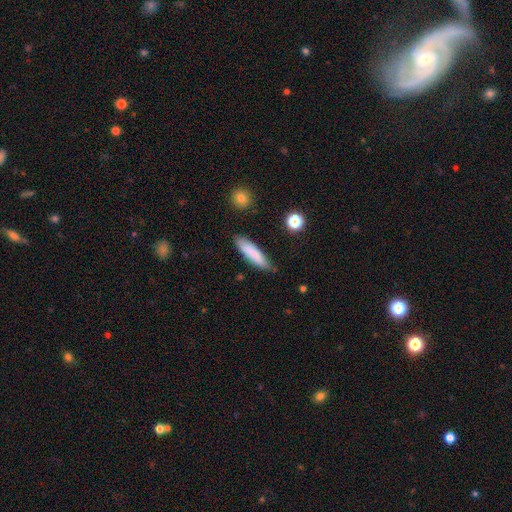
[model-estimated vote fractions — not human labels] Smooth or featured? Predicted: smooth (p=0.82). How rounded? Predicted: cigar-shaped (p=0.71). Merging? Predicted: none (p=0.81).